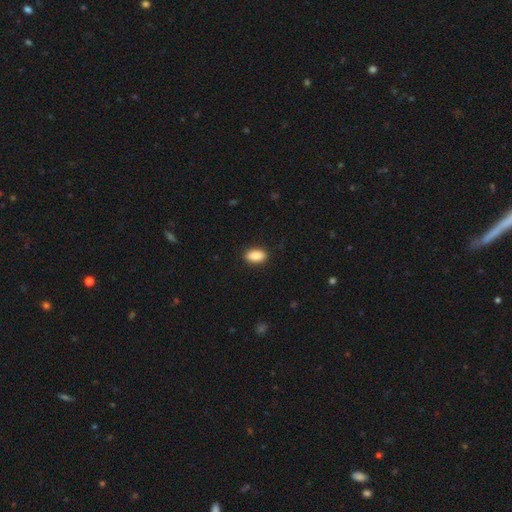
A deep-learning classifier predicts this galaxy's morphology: A smooth galaxy with no disk features (89%) that is in between round and cigar-shaped (91%).

Vote fractions:
- Smooth or featured? smooth: 89% / star or artifact: 7% / featured or disk: 4%
- How rounded? in between: 91% / round: 5% / cigar-shaped: 4%
- Merging? none: 89% / minor disturbance: 8% / major disturbance: 2% / merger: 1%